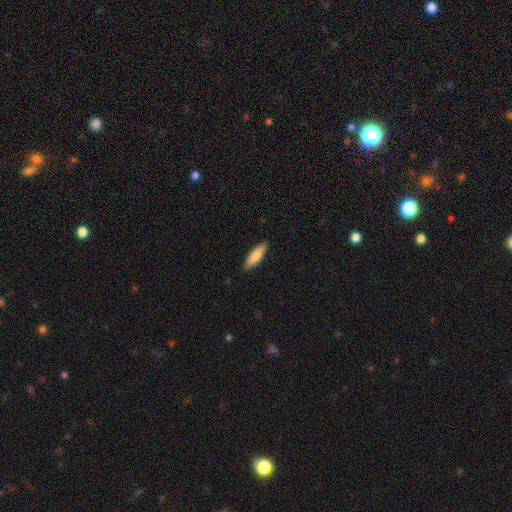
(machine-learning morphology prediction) smooth-or-featured: smooth: 76% | featured or disk: 18% | star or artifact: 6%
  how-rounded: cigar-shaped: 59% | in between: 39% | round: 2%
  merging: none: 89% | minor disturbance: 8% | major disturbance: 2% | merger: 1%